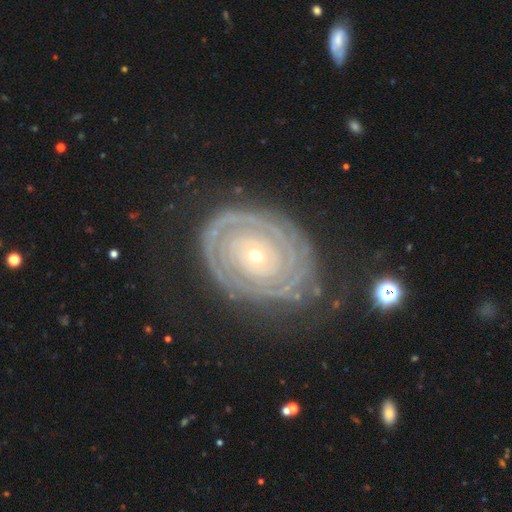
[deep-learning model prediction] Overall: featured or disk (85%). Edge-on disk: no (96%). Bar: no (84%). Spiral arms: yes (90%). Spiral arm count: can't tell (34%; 2 29%). Spiral winding: tight (87%). Bulge size: small (76%). Merging: none (75%).